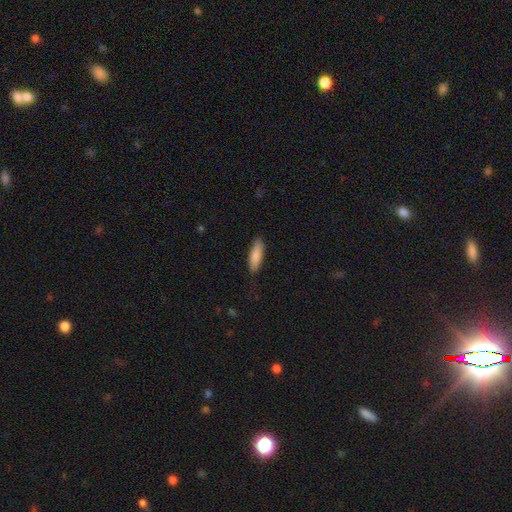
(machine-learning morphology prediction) A smooth galaxy with no disk features (86%) that is in between round and cigar-shaped (52%).

Vote fractions:
- Smooth or featured? smooth: 86% / featured or disk: 8% / star or artifact: 6%
- How rounded? in between: 52% / cigar-shaped: 47% / round: 2%
- Merging? none: 81% / minor disturbance: 15% / major disturbance: 3% / merger: 1%